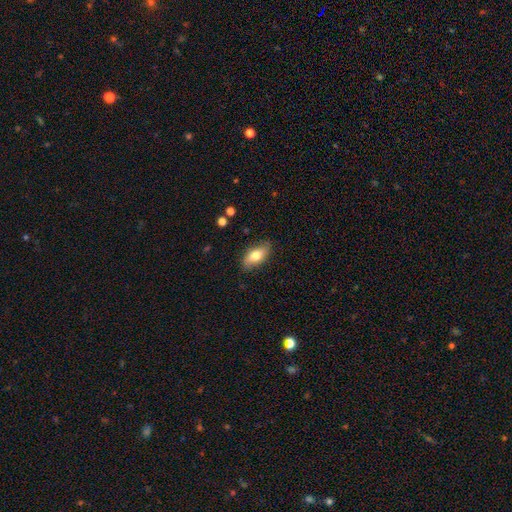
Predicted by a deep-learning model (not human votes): This is likely a smooth galaxy (71%). How rounded: clearly in between (86%). Merging: clearly none (83%).